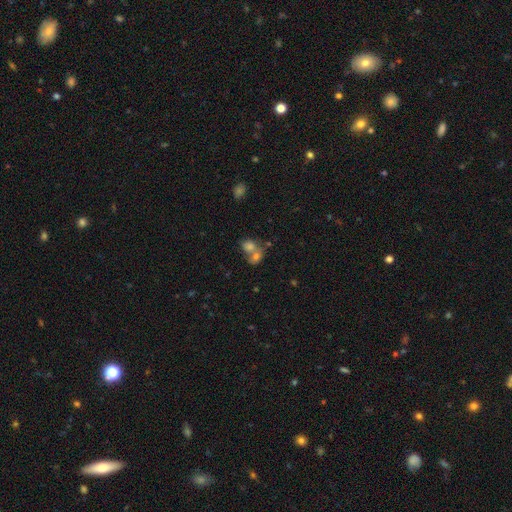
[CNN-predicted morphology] Smooth or featured?
  - smooth: 67% *
  - featured or disk: 18%
  - star or artifact: 16%
How rounded?
  - round: 54% *
  - in between: 44%
  - cigar-shaped: 2%
Merging?
  - merger: 61% *
  - none: 27%
  - minor disturbance: 7%
  - major disturbance: 4%